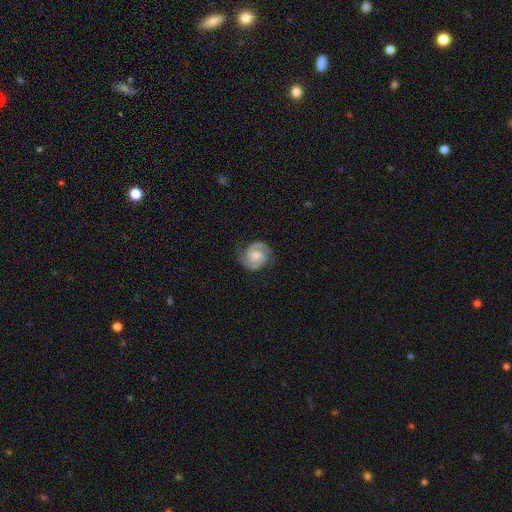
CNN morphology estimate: A featured or disk galaxy (86%) with no bar (58%), 2 (92%) tight (47%) spiral arms (98%) and a moderate central bulge (55%).

Vote fractions:
- Smooth or featured? featured or disk: 86% / smooth: 9% / star or artifact: 5%
- Edge-on disk? no: 98% / yes: 2%
- Bar? no: 58% / weak: 35% / strong: 7%
- Spiral arms? yes: 98% / no: 2%
- Spiral winding? tight: 47% / medium: 44% / loose: 9%
- Spiral arm count? 2: 92% / can't tell: 3% / 1: 2% / 3: 2% / 4: 1% / more than 4: 1%
- Bulge size? moderate: 55% / small: 26% / none: 9% / large: 9% / dominant: 1%
- Merging? none: 79% / minor disturbance: 15% / major disturbance: 5% / merger: 1%